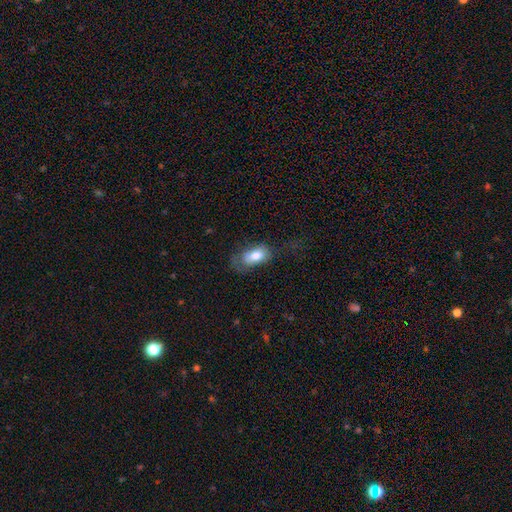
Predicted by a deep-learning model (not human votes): Smooth or featured? smooth (75%)
How rounded? in between (90%)
Merging? none (42%)